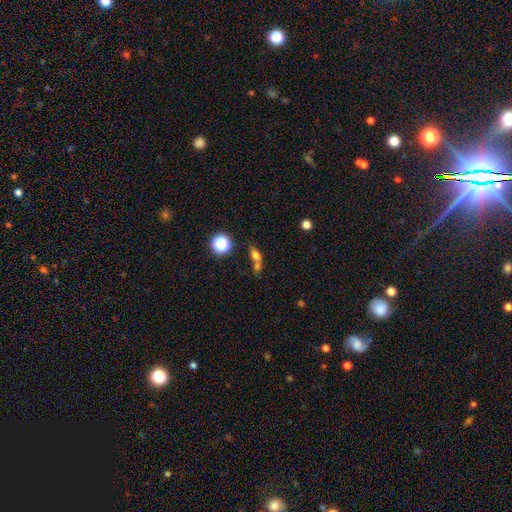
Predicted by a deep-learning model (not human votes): A smooth galaxy with no disk features (68%) that is in between round and cigar-shaped (55%). Merging: merger (53%).